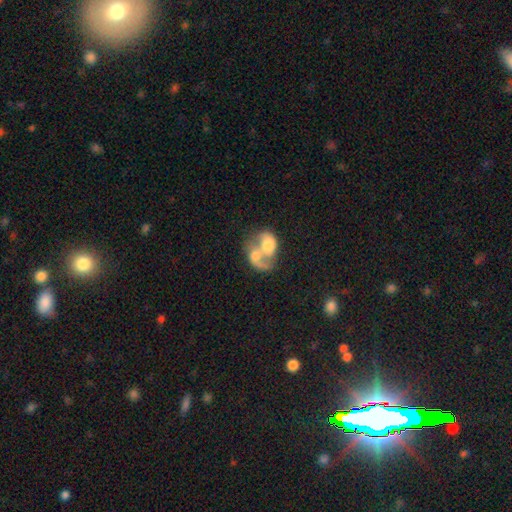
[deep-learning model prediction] Smooth or featured? smooth (47%)
Merging? merger (79%)